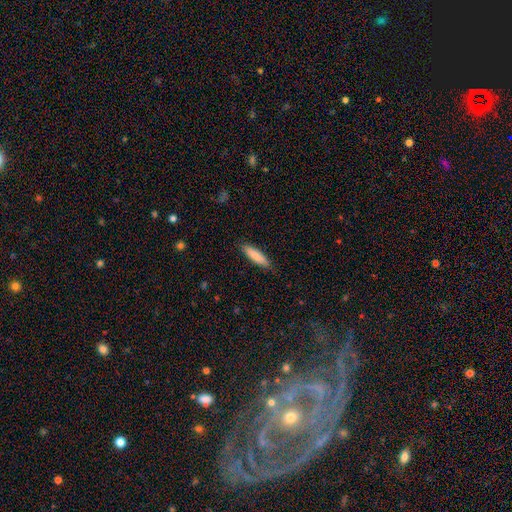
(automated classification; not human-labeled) Morphology: type=smooth (83%); roundness=cigar-shaped (71%); merging=none (87%).